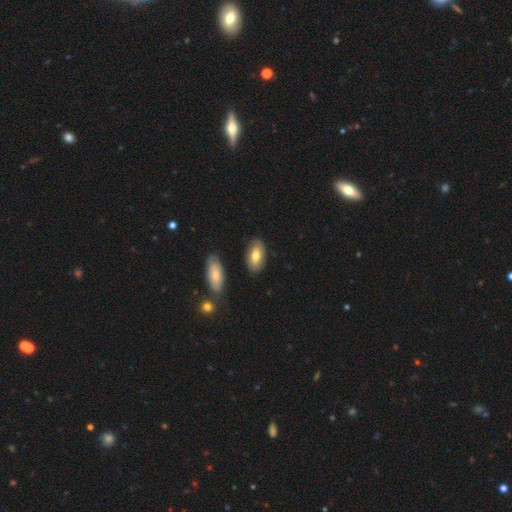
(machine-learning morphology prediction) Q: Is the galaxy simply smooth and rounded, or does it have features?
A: smooth — 70%.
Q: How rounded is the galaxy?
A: in between — 92%.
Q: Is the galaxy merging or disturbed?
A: none — 82%.